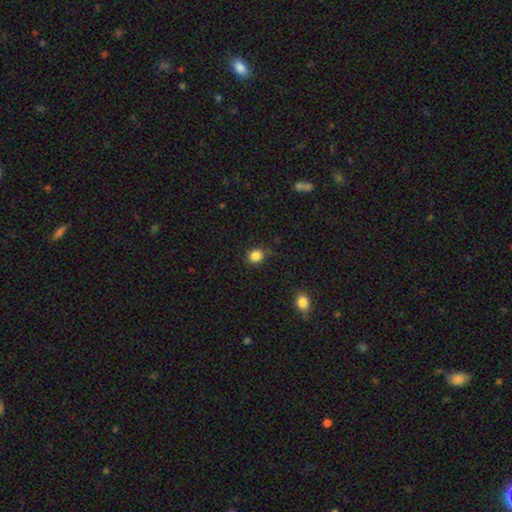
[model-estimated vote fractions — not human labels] The model was most divided on "how rounded": round: 75%, in between: 24%, cigar-shaped: 1%. More confident: smooth or featured — smooth (85%); merging — none (80%).